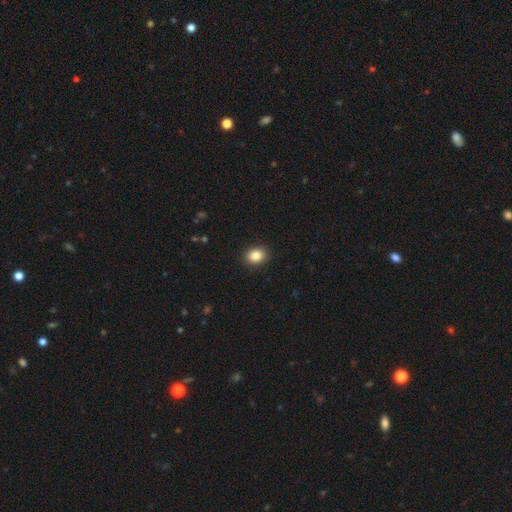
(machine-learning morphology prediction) type=smooth (85%); roundness=round (53%); merging=none (91%).